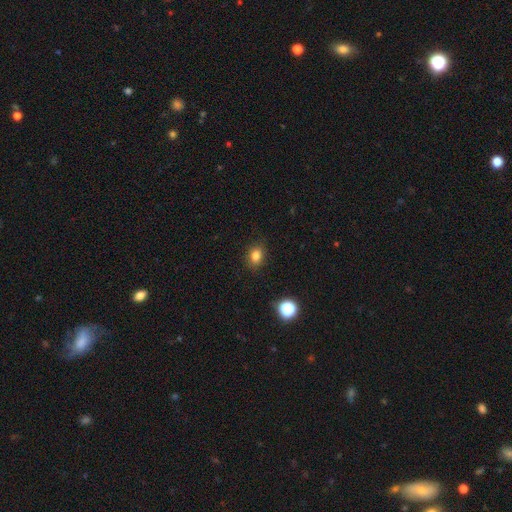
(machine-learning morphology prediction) Q: Smooth or featured?
A: smooth (82%); runner-up: star or artifact (13%)
Q: How rounded?
A: in between (59%); runner-up: round (40%)
Q: Merging?
A: none (86%); runner-up: minor disturbance (10%)